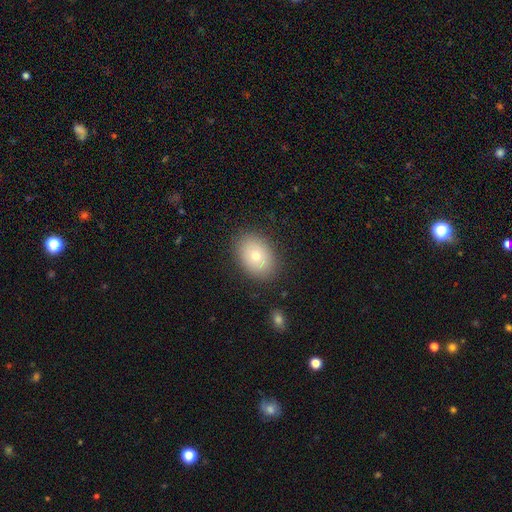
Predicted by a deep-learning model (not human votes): Smooth or featured: smooth — 73% (featured or disk — 18%)
How rounded: in between — 73% (round — 26%)
Merging: none — 85% (minor disturbance — 10%)